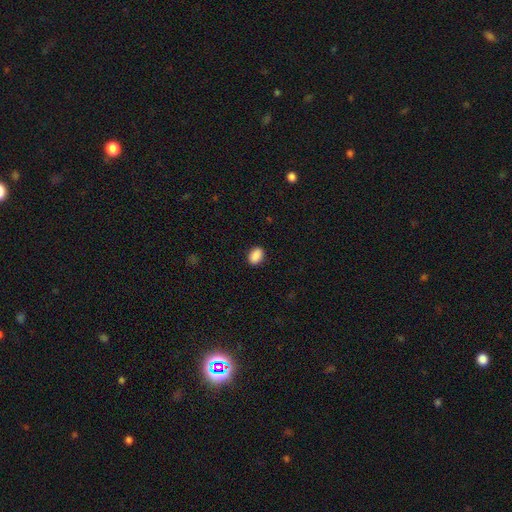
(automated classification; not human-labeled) The model was most divided on "how rounded": in between: 77%, round: 22%, cigar-shaped: 1%. More confident: smooth or featured — smooth (90%); merging — none (89%).